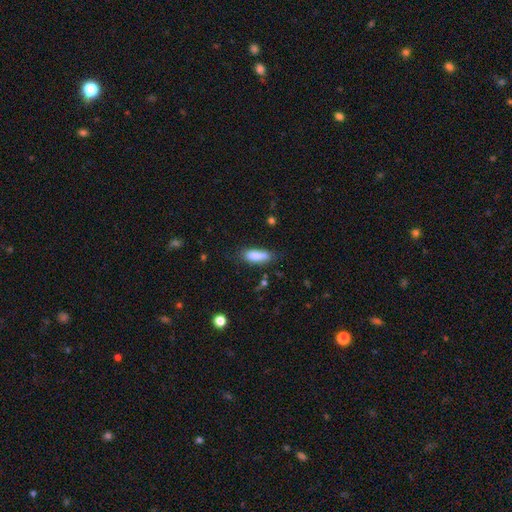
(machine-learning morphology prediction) smooth_or_featured: smooth (p=0.81) [alt: featured or disk p=0.12]
how_rounded: in between (p=0.66) [alt: cigar-shaped p=0.32]
merging: none (p=0.62) [alt: minor disturbance p=0.25]